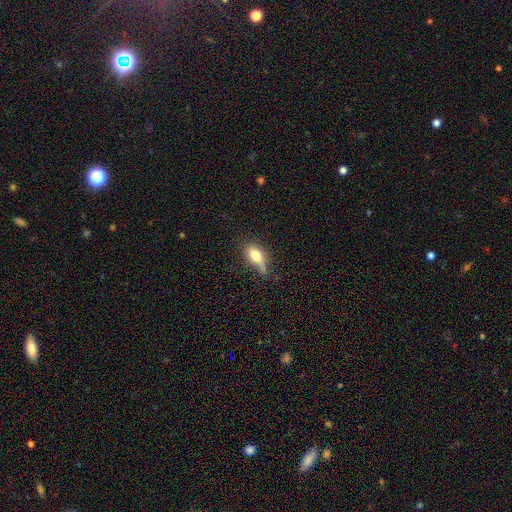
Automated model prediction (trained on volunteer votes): The model was most divided on "merging": none: 42%, minor disturbance: 33%, major disturbance: 16%, merger: 9%. More confident: how rounded — in between (82%); smooth or featured — smooth (74%).